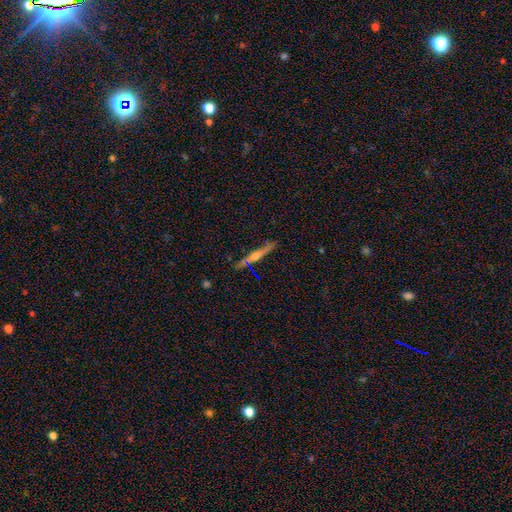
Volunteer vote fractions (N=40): featured or disk 72%, smooth 25%, star or artifact 2%. Down the decision tree: edge-on disk — yes (93%); edge-on bulge — rounded (89%); merging — none (85%).